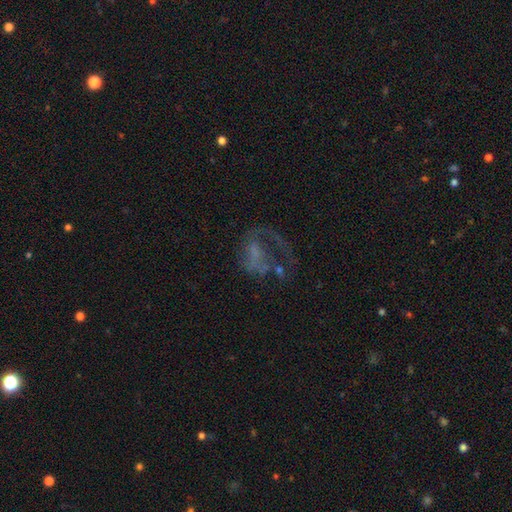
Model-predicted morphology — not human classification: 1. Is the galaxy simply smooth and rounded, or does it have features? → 60% featured or disk, 22% smooth, 18% star or artifact.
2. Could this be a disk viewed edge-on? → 97% no, 3% yes.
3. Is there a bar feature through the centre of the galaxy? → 73% no, 21% weak, 6% strong.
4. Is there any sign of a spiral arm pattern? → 53% no, 47% yes.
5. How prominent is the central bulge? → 65% none, 19% small, 10% moderate, 3% large, 2% dominant.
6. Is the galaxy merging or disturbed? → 51% major disturbance, 29% none, 13% minor disturbance, 7% merger.